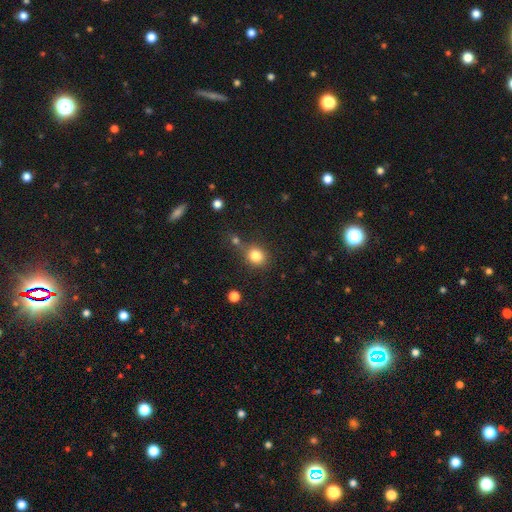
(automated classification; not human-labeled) Smooth or featured: smooth — 82% (star or artifact — 12%)
How rounded: round — 77% (in between — 22%)
Merging: none — 65% (merger — 18%)